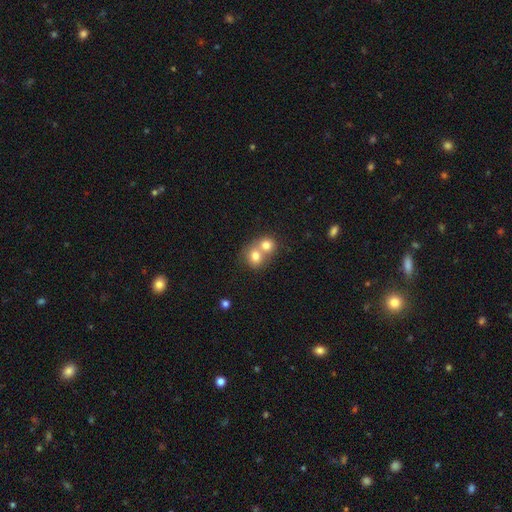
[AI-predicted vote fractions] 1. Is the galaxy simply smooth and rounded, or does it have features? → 74% smooth, 15% featured or disk, 10% star or artifact.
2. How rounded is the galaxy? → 75% round, 24% in between, 1% cigar-shaped.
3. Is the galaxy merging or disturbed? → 67% merger, 26% none, 5% minor disturbance, 2% major disturbance.